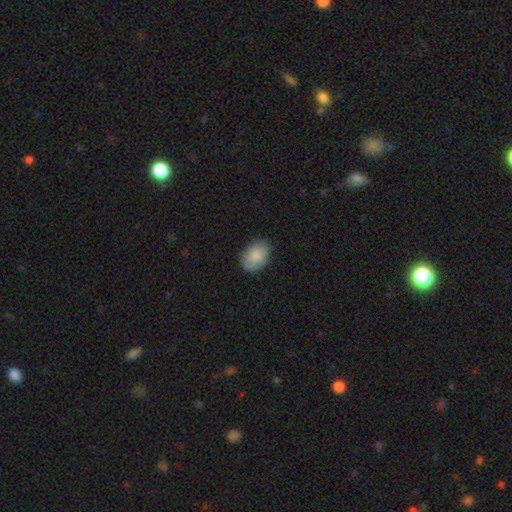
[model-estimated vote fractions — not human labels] Morphology: type=smooth (87%); roundness=in between (82%); merging=none (82%).